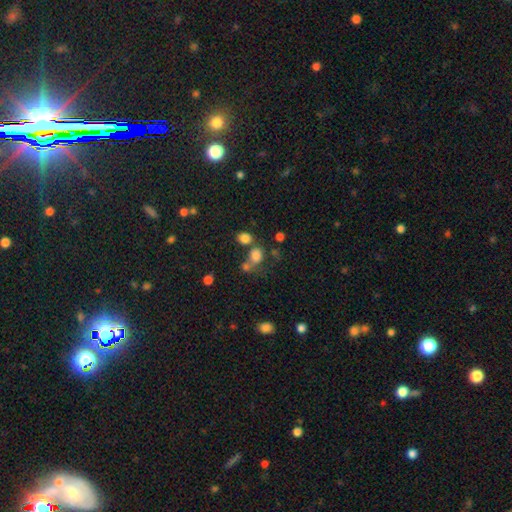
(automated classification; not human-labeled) A smooth galaxy with no disk features (76%) that is round (53%).

Vote fractions:
- Smooth or featured? smooth: 76% / star or artifact: 15% / featured or disk: 9%
- How rounded? round: 53% / in between: 46% / cigar-shaped: 1%
- Merging? none: 47% / merger: 32% / minor disturbance: 12% / major disturbance: 8%